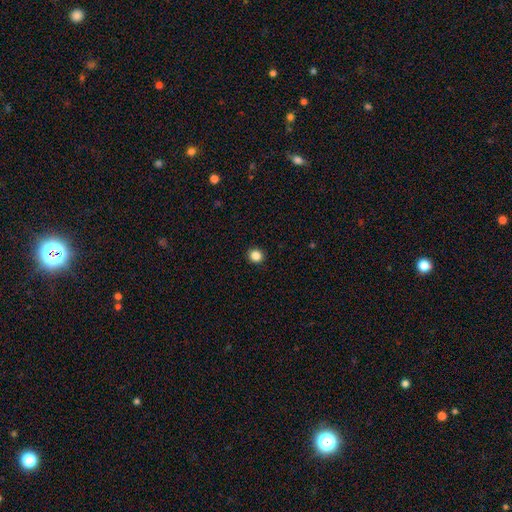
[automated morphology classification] Overall: smooth (85%). How rounded: round (89%). Merging: none (93%).